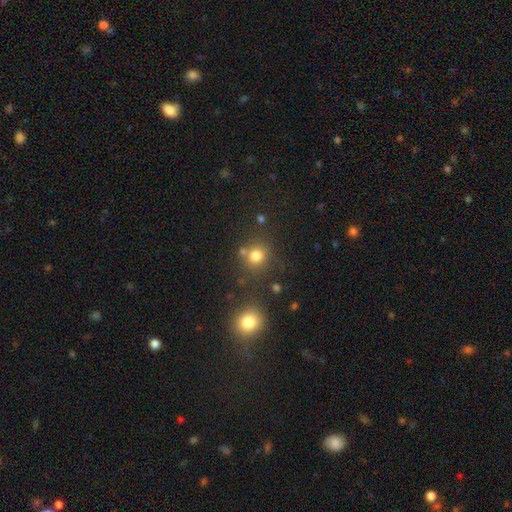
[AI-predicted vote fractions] The model was most divided on "merging": none: 70%, merger: 15%, minor disturbance: 10%, major disturbance: 4%. More confident: how rounded — round (87%); smooth or featured — smooth (78%).